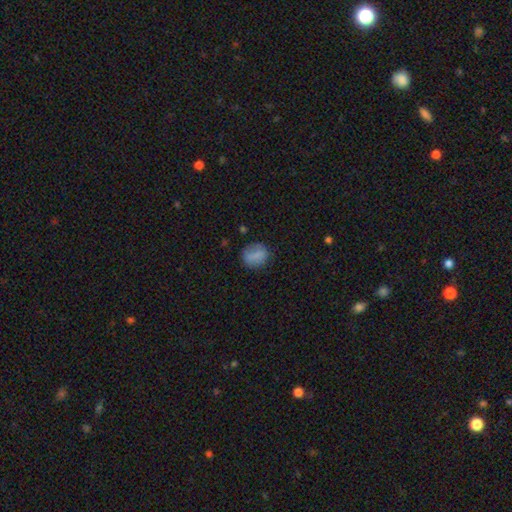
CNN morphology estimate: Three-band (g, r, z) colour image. It shows a smooth galaxy with no disk features (76%) that is round (67%). Merging: none (75%).